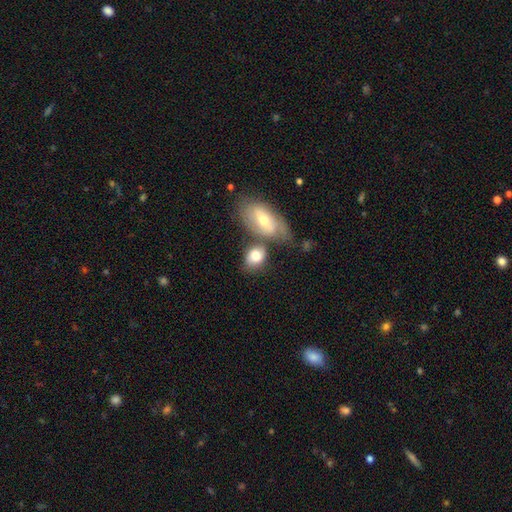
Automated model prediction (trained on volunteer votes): A smooth galaxy with no disk features (76%) that is in between round and cigar-shaped (71%).

Vote fractions:
- Smooth or featured? smooth: 76% / featured or disk: 17% / star or artifact: 7%
- How rounded? in between: 71% / round: 27% / cigar-shaped: 2%
- Merging? none: 41% / merger: 36% / minor disturbance: 16% / major disturbance: 7%